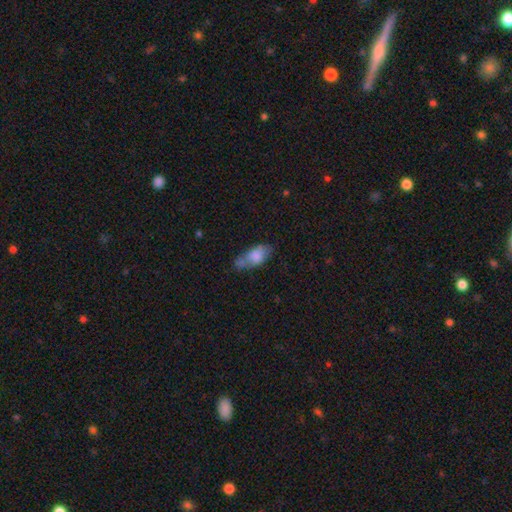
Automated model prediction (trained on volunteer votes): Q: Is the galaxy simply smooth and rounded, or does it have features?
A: smooth — 72%.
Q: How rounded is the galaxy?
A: in between — 86%.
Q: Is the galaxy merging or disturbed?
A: none — 42%.